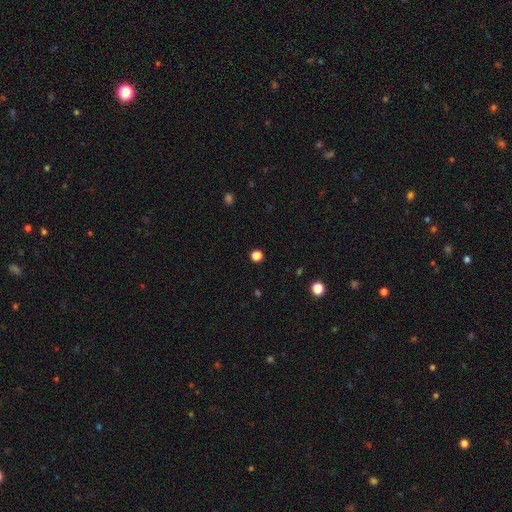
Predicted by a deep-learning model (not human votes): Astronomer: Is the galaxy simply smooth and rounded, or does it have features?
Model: smooth — 76%.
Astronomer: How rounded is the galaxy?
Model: round — 86%.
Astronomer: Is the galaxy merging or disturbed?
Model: none — 90%.